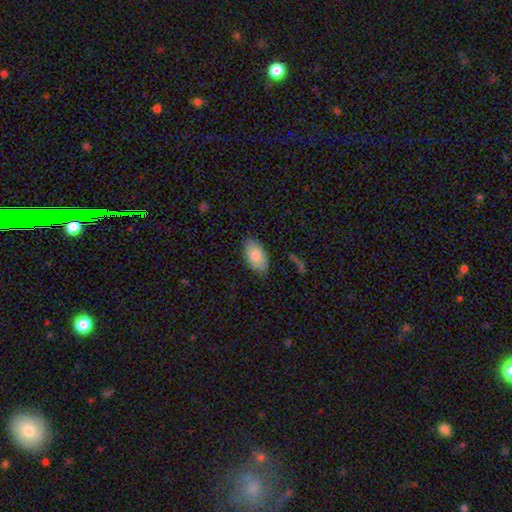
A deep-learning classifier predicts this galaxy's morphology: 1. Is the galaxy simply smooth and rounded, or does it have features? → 83% smooth, 11% featured or disk, 6% star or artifact.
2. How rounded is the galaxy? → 94% in between, 3% round, 3% cigar-shaped.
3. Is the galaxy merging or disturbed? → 81% none, 15% minor disturbance, 3% major disturbance, 1% merger.